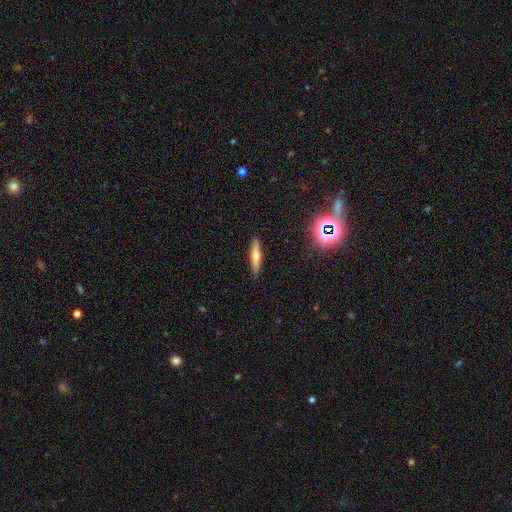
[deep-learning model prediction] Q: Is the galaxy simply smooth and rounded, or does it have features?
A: smooth — 67%.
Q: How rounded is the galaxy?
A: cigar-shaped — 84%.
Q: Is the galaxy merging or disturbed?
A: none — 89%.